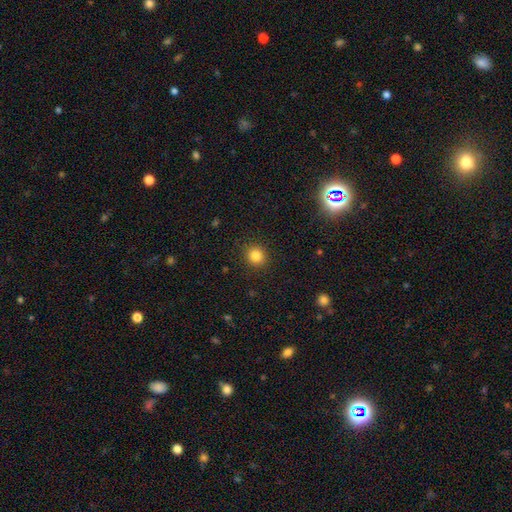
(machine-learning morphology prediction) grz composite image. It shows a smooth galaxy with no disk features (83%) that is round (85%). Merging: none (90%).